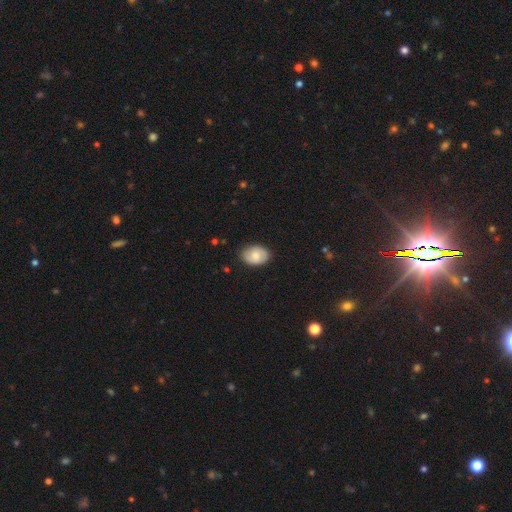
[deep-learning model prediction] Q: Smooth or featured?
A: smooth (67%); runner-up: featured or disk (26%)
Q: How rounded?
A: in between (77%); runner-up: round (22%)
Q: Merging?
A: none (82%); runner-up: minor disturbance (14%)